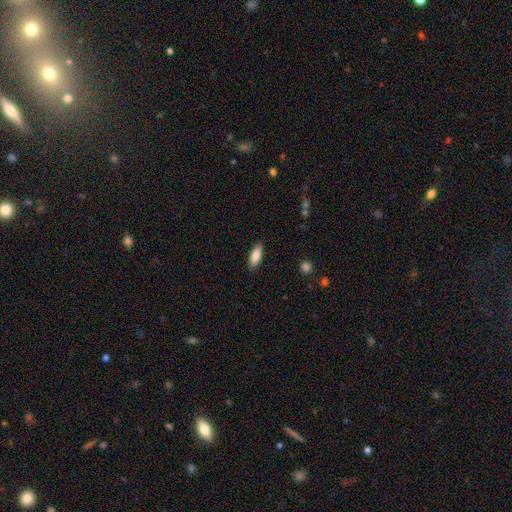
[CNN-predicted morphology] smooth-or-featured: smooth: 84% | featured or disk: 10% | star or artifact: 6%
  how-rounded: in between: 64% | cigar-shaped: 34% | round: 2%
  merging: none: 88% | minor disturbance: 9% | major disturbance: 2% | merger: 1%